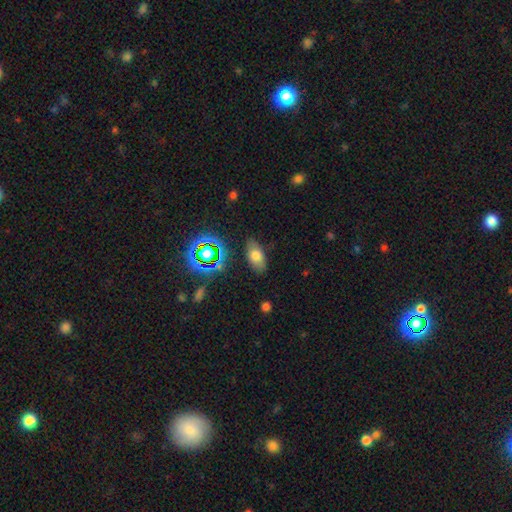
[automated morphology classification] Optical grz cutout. It shows a smooth galaxy with no disk features (70%) that is in between round and cigar-shaped (88%). Merging: none (82%).